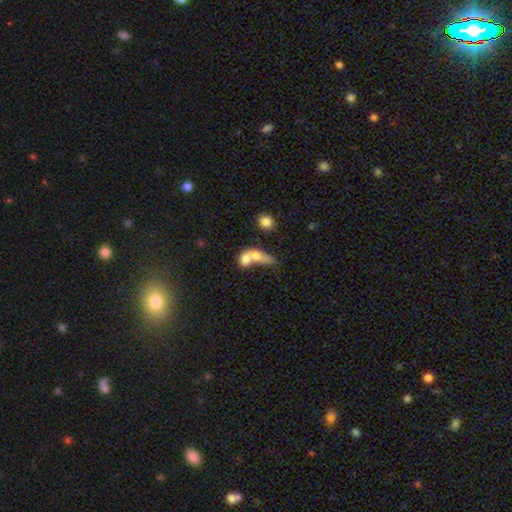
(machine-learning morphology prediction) This appears to be a smooth galaxy with no disk features (68%) that is in between round and cigar-shaped (54%). Merging: merger (71%).